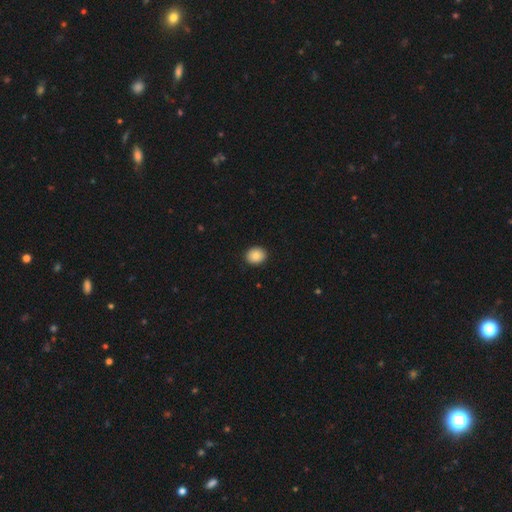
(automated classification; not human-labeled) A smooth galaxy with no disk features (88%) that is round (63%).

Vote fractions:
- Smooth or featured? smooth: 88% / star or artifact: 8% / featured or disk: 4%
- How rounded? round: 63% / in between: 36% / cigar-shaped: 1%
- Merging? none: 91% / minor disturbance: 6% / major disturbance: 2% / merger: 1%